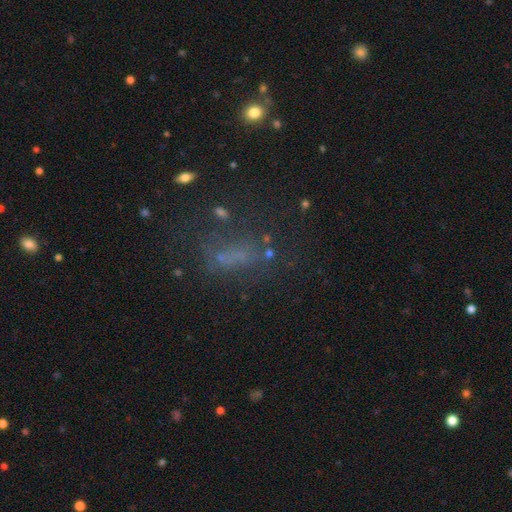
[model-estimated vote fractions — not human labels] Morphology: type=smooth (40%); merging=none (50%).